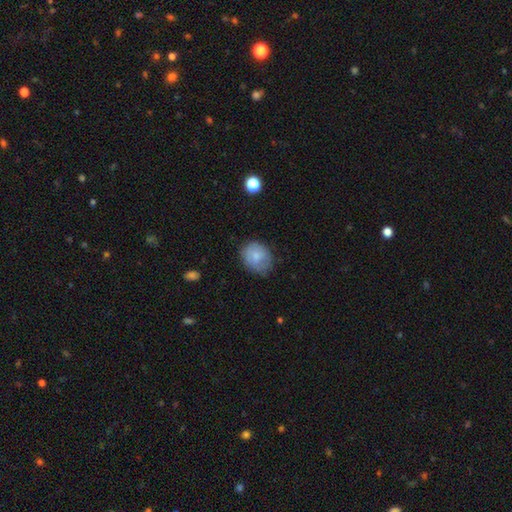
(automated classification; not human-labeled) Smooth or featured? Predicted: smooth (p=0.74). How rounded? Predicted: round (p=0.64). Merging? Predicted: none (p=0.69).